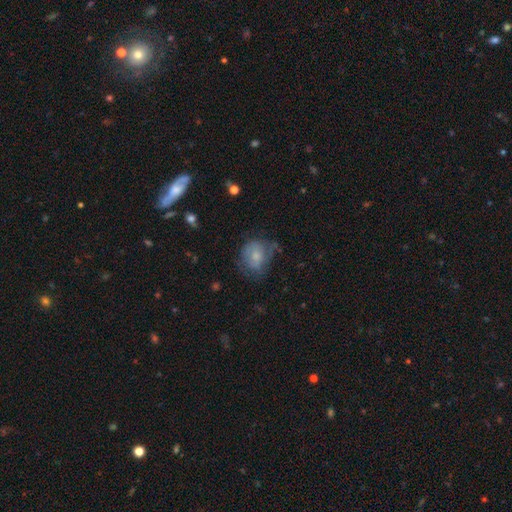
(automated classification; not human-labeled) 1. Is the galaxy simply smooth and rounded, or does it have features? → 63% smooth, 27% featured or disk, 9% star or artifact.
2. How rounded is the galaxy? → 50% round, 48% in between, 1% cigar-shaped.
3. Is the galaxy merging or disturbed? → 48% none, 30% minor disturbance, 19% major disturbance, 2% merger.